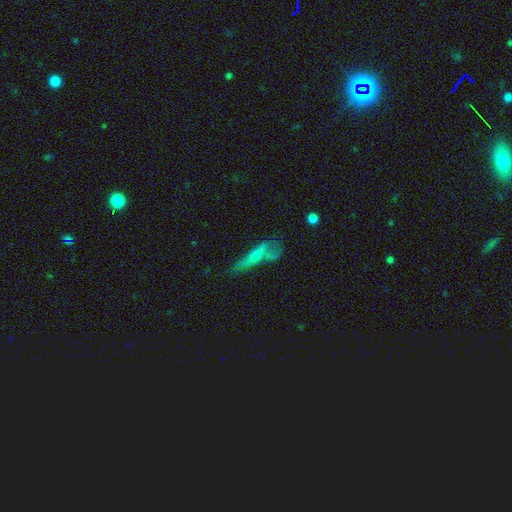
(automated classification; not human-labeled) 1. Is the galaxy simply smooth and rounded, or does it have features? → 47% featured or disk, 40% smooth, 12% star or artifact.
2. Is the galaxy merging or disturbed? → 37% none, 30% major disturbance, 24% minor disturbance, 8% merger.